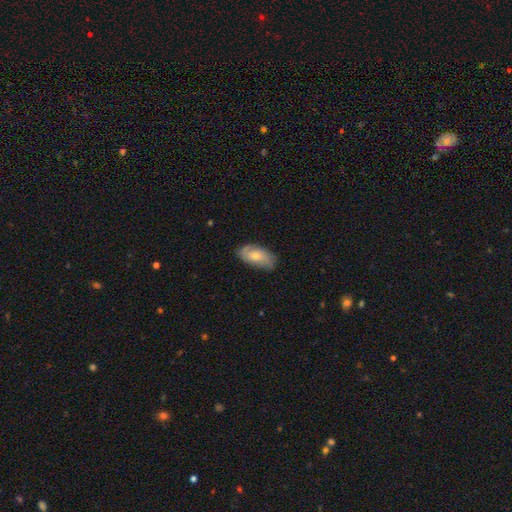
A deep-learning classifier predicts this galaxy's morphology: A smooth galaxy with no disk features (52%) that is in between round and cigar-shaped (92%).

Vote fractions:
- Smooth or featured? smooth: 52% / featured or disk: 41% / star or artifact: 6%
- How rounded? in between: 92% / round: 4% / cigar-shaped: 4%
- Merging? none: 70% / minor disturbance: 24% / major disturbance: 5% / merger: 1%